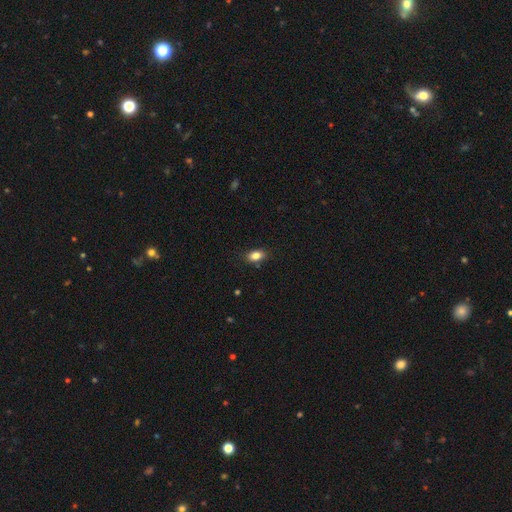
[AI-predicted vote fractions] smooth 84%, star or artifact 9%, featured or disk 6%. Down the decision tree: how rounded — in between (85%); merging — none (83%).